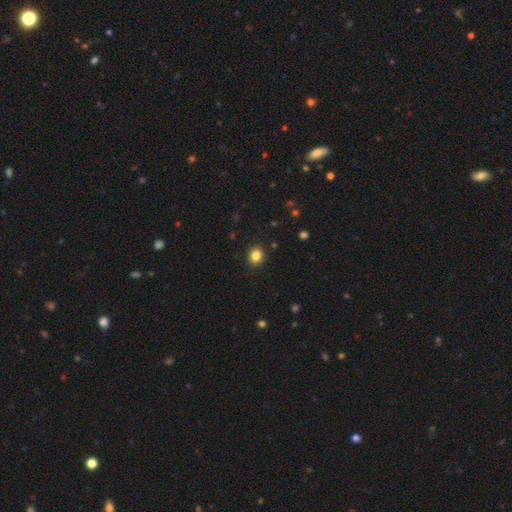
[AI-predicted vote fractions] Q: Smooth or featured?
A: smooth (84%); runner-up: star or artifact (11%)
Q: How rounded?
A: round (64%); runner-up: in between (35%)
Q: Merging?
A: none (90%); runner-up: minor disturbance (7%)